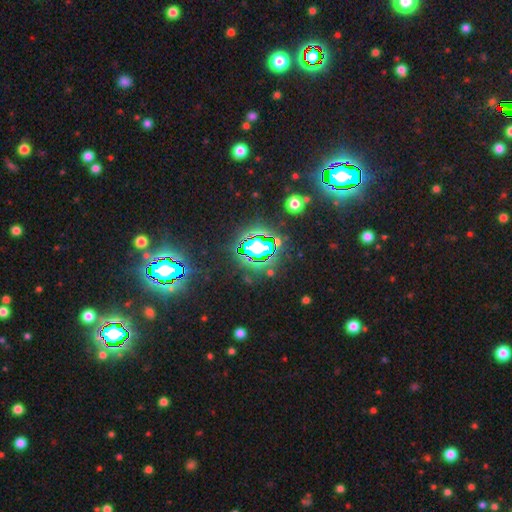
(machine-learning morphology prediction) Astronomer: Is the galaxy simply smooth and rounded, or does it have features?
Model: star or artifact — 69%.